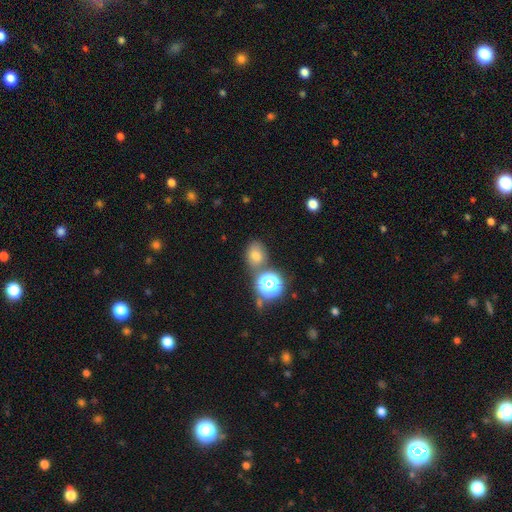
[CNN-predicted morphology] A smooth galaxy with no disk features (68%) that is round (52%).

Vote fractions:
- Smooth or featured? smooth: 68% / star or artifact: 21% / featured or disk: 11%
- How rounded? round: 52% / in between: 47% / cigar-shaped: 1%
- Merging? none: 69% / minor disturbance: 13% / merger: 13% / major disturbance: 4%